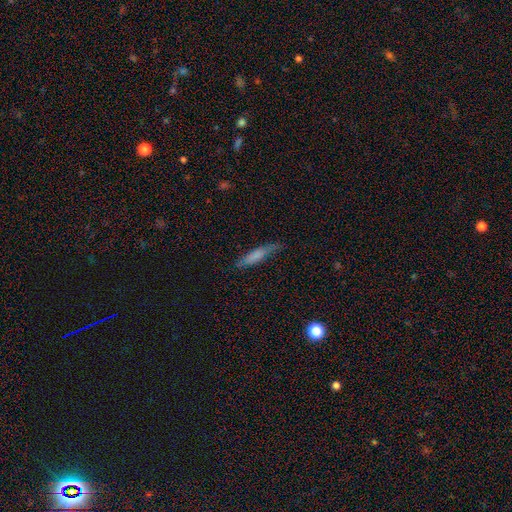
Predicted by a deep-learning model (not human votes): A smooth galaxy with no disk features (69%) that is cigar-shaped (81%). Merging: none (62%).